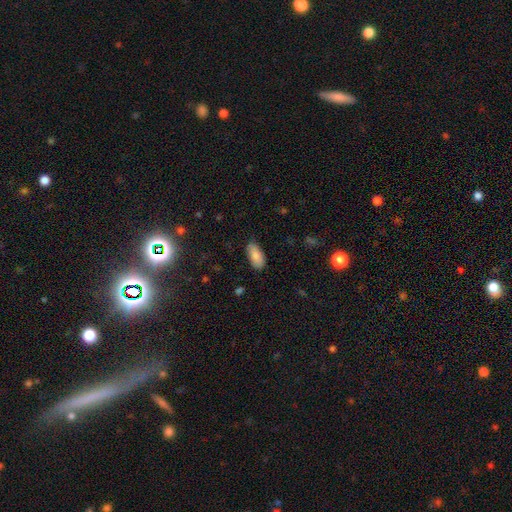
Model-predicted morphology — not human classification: Smooth or featured: smooth — 86% (featured or disk — 8%)
How rounded: in between — 90% (cigar-shaped — 8%)
Merging: none — 81% (minor disturbance — 15%)